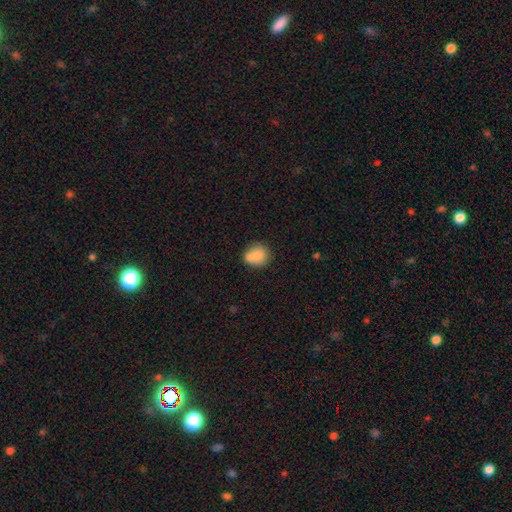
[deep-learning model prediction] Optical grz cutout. It shows a smooth galaxy with no disk features (77%) that is round (76%). Merging: none (47%).